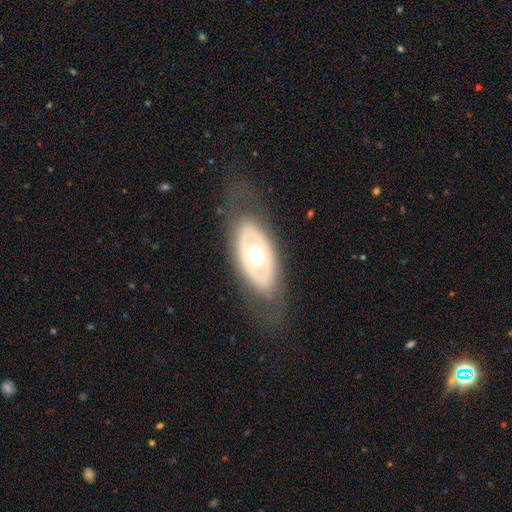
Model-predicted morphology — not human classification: Smooth or featured?
  - featured or disk: 62% *
  - smooth: 32%
  - star or artifact: 6%
Edge-on disk?
  - no: 86% *
  - yes: 14%
Bar?
  - no: 88% *
  - weak: 8%
  - strong: 4%
Spiral arms?
  - no: 91% *
  - yes: 9%
Bulge size?
  - moderate: 62% *
  - large: 30%
  - small: 5%
  - dominant: 3%
  - none: 1%
Merging?
  - none: 71% *
  - minor disturbance: 15%
  - major disturbance: 12%
  - merger: 1%